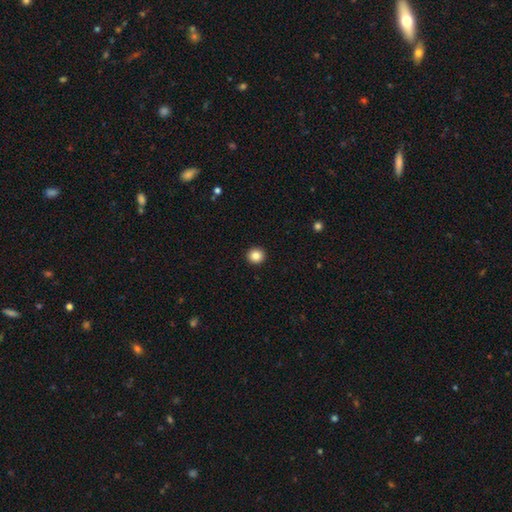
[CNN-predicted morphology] This is clearly a smooth galaxy (85%). How rounded: clearly round (93%). Merging: clearly none (93%).